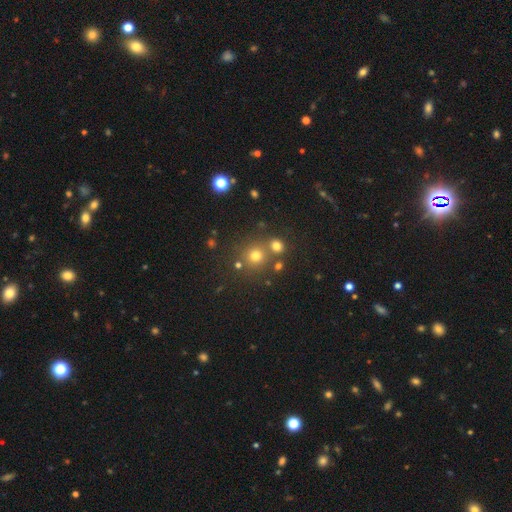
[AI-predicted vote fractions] smooth_or_featured: smooth (p=0.70) [alt: star or artifact p=0.21]
how_rounded: round (p=0.91) [alt: in between p=0.08]
merging: none (p=0.73) [alt: merger p=0.16]